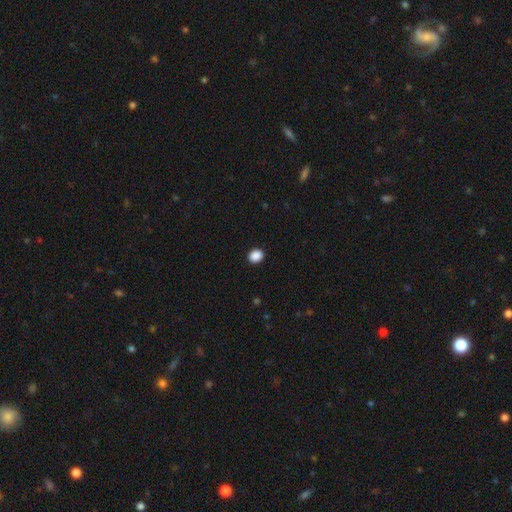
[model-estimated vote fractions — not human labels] Morphology: type=smooth (89%); roundness=round (63%); merging=none (92%).